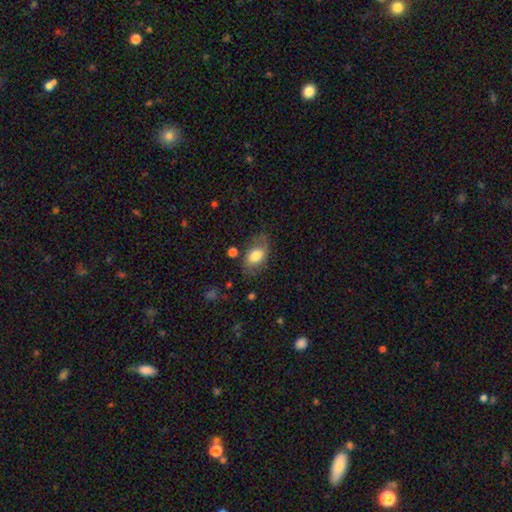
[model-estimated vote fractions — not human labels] smooth-or-featured: smooth: 69% | featured or disk: 23% | star or artifact: 8%
  how-rounded: in between: 87% | round: 11% | cigar-shaped: 2%
  merging: none: 66% | minor disturbance: 22% | major disturbance: 9% | merger: 3%